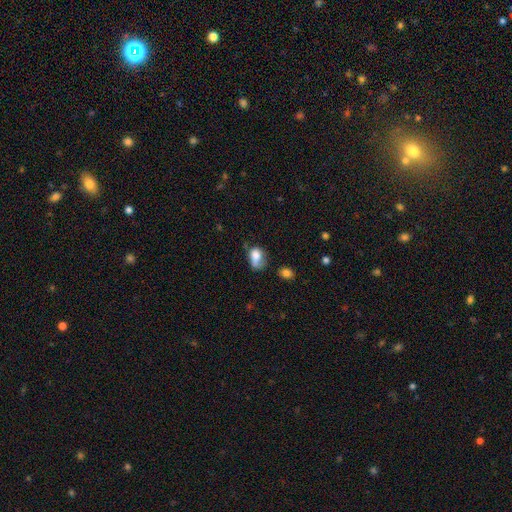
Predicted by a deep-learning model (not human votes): This appears to be a smooth galaxy with no disk features (74%) that is in between round and cigar-shaped (74%). Merging: minor disturbance (34%).